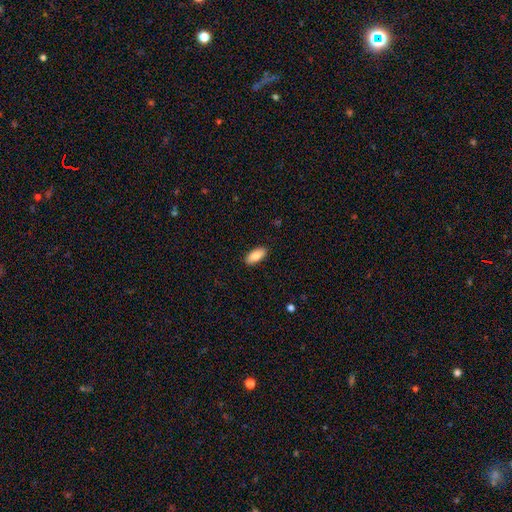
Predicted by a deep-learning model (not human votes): This is clearly a smooth galaxy (86%). How rounded: clearly in between (89%). Merging: clearly none (89%).